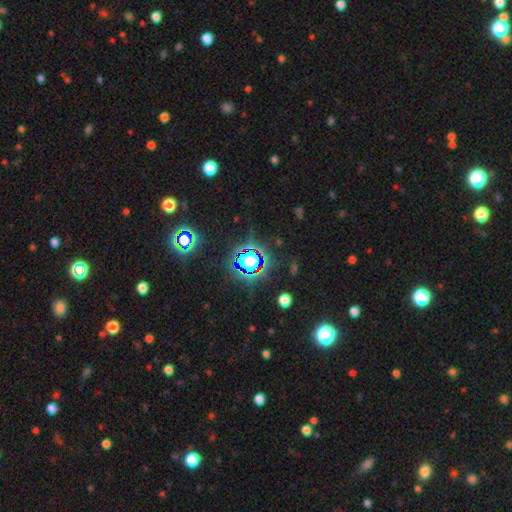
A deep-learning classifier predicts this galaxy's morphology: smooth-or-featured: star or artifact: 81% | smooth: 12% | featured or disk: 7%